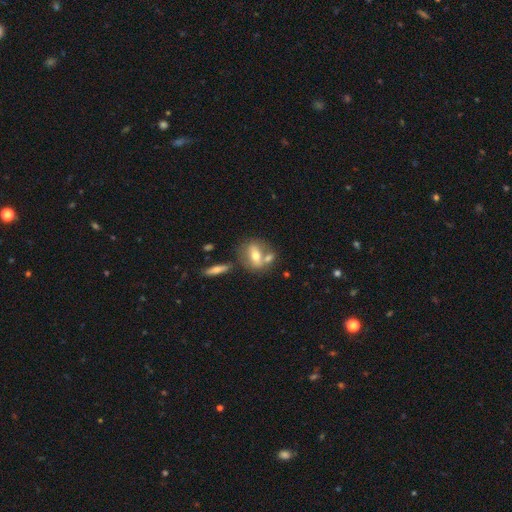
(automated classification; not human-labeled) Smooth or featured? Predicted: smooth (p=0.54). How rounded? Predicted: in between (p=0.62). Merging? Predicted: none (p=0.47).